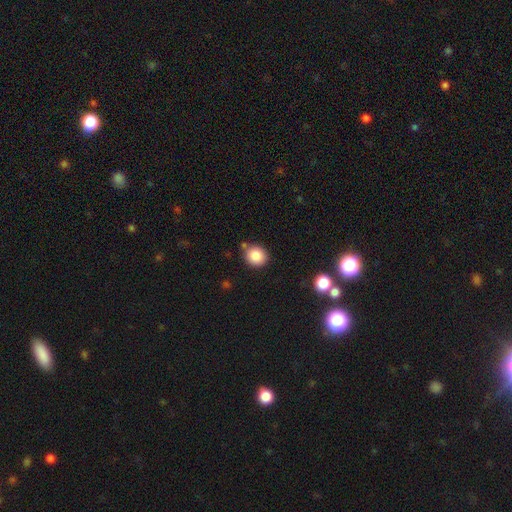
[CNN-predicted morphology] This appears to be a smooth galaxy with no disk features (85%) that is round (85%). Merging: none (79%).